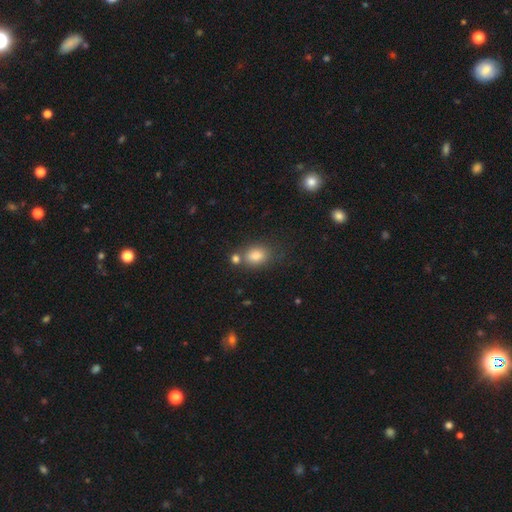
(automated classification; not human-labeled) A smooth galaxy with no disk features (81%) that is in between round and cigar-shaped (64%). Merging: none (61%).